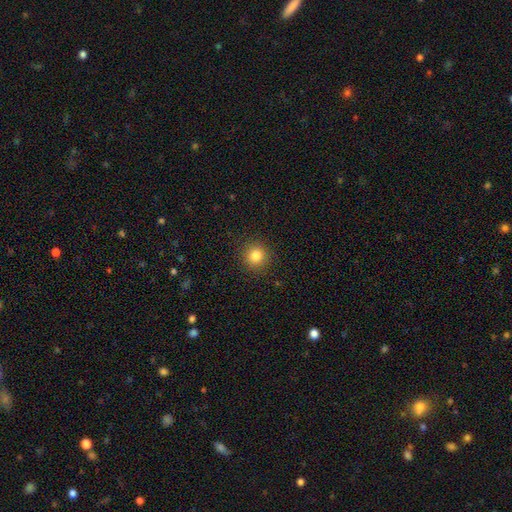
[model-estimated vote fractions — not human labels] smooth_or_featured: smooth (p=0.83) [alt: star or artifact p=0.12]
how_rounded: round (p=0.93) [alt: in between p=0.06]
merging: none (p=0.92) [alt: minor disturbance p=0.05]